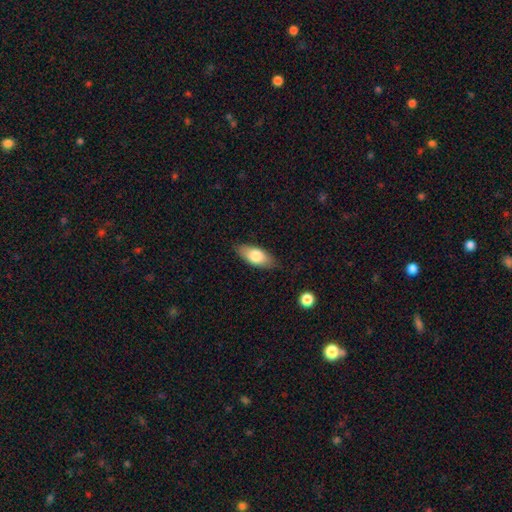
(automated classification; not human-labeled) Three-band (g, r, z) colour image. It shows a smooth galaxy with no disk features (77%) that is in between round and cigar-shaped (85%). Merging: none (81%).